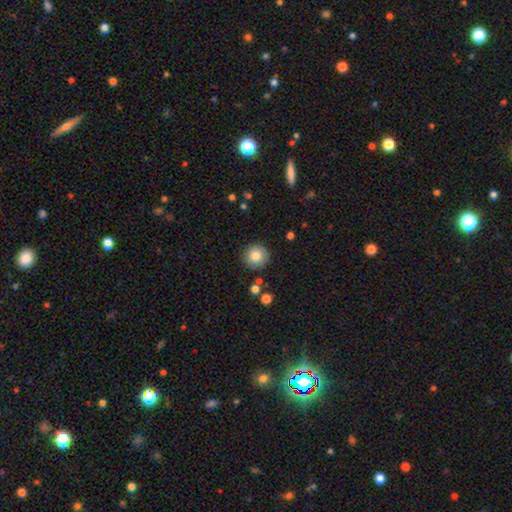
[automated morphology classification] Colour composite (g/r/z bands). It shows a smooth galaxy with no disk features (83%) that is round (95%). Merging: none (88%).